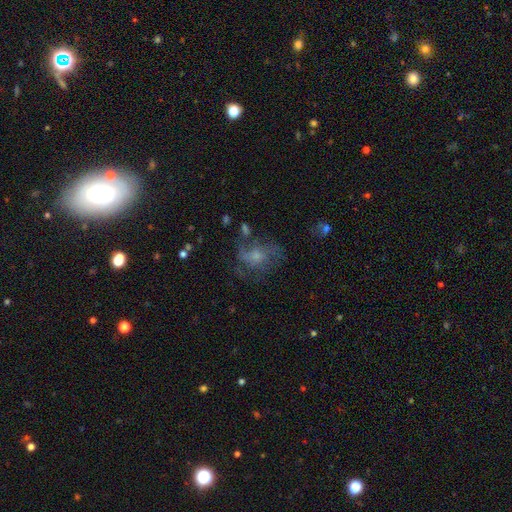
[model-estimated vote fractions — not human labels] Overall: featured or disk (55%; smooth 31%). Edge-on disk: no (97%). Bar: no (77%). Spiral arms: yes (64%; no 36%). Bulge size: small (45%; moderate 36%). Merging: none (50%; major disturbance 25%).